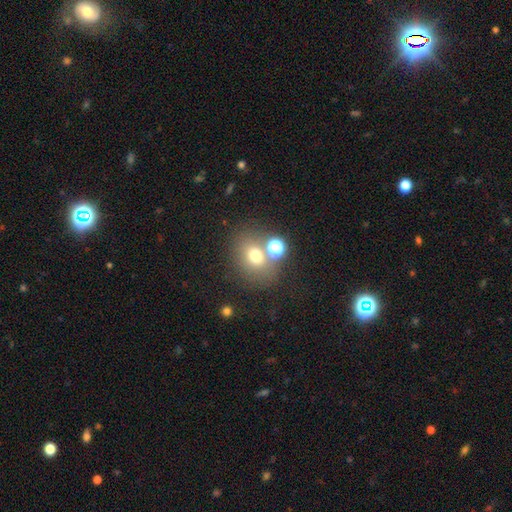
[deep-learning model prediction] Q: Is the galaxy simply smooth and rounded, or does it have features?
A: smooth — 69%.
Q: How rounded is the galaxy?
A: round — 57%.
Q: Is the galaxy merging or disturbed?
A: none — 59%.